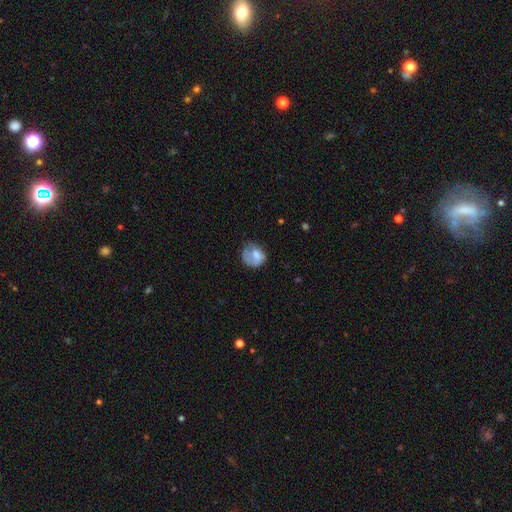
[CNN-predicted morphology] Smooth or featured?
  - smooth: 63% *
  - featured or disk: 30%
  - star or artifact: 7%
How rounded?
  - round: 65% *
  - in between: 34%
  - cigar-shaped: 1%
Merging?
  - none: 44% *
  - minor disturbance: 28%
  - major disturbance: 25%
  - merger: 3%